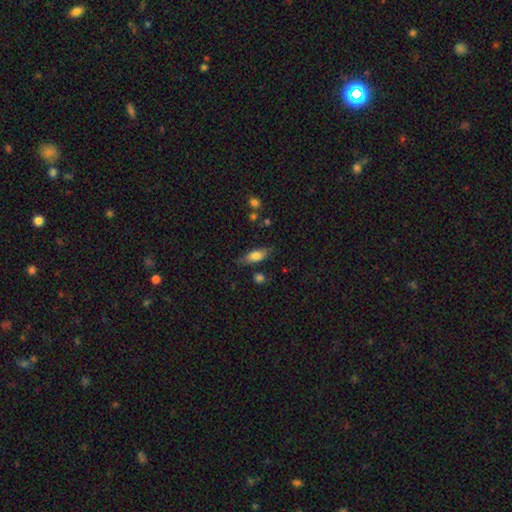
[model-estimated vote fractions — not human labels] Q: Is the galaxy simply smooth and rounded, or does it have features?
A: smooth — 74%.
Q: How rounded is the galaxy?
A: in between — 71%.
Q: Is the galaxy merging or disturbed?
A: none — 73%.